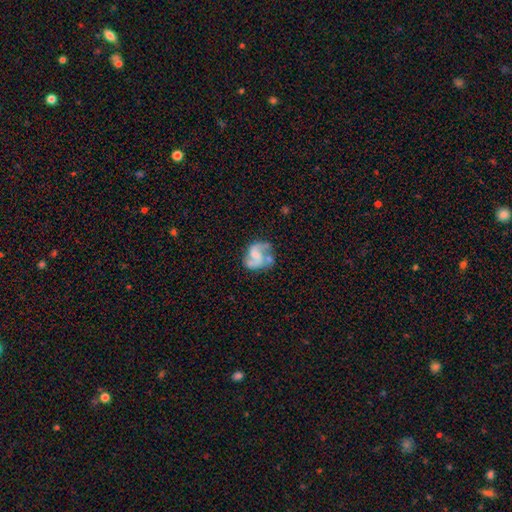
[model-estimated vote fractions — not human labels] The model was most divided on "bulge size": none: 35%, small: 34%, moderate: 25%, large: 5%, dominant: 1%. Remaining: edge-on disk — no (98%); spiral arms — yes (93%); spiral arm count — 2 (88%); smooth or featured — featured or disk (80%); merging — none (56%); spiral winding — medium (49%); bar — weak (46%).